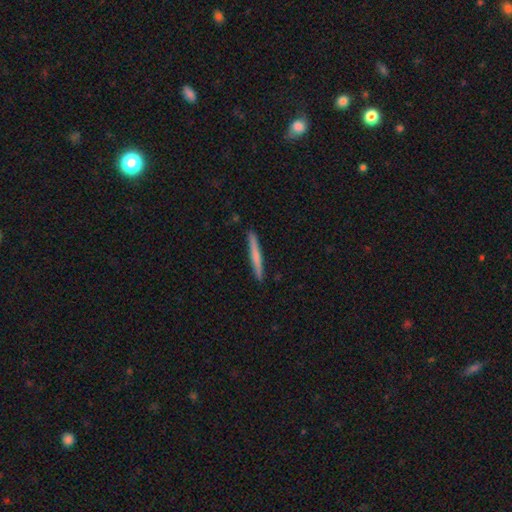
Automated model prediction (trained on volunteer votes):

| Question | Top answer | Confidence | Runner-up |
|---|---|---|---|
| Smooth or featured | smooth | 60% | featured or disk (35%) |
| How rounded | cigar-shaped | 97% | in between (2%) |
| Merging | none | 92% | minor disturbance (6%) |